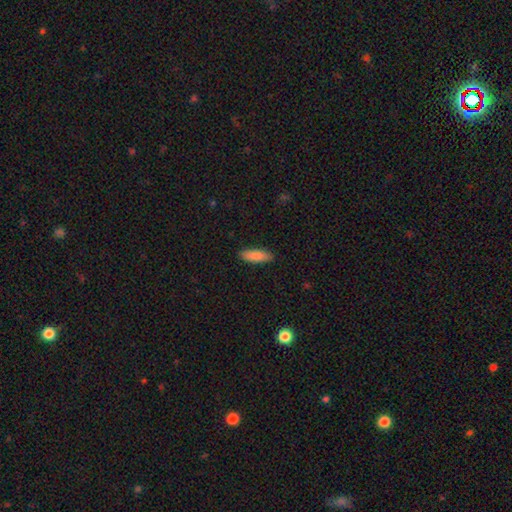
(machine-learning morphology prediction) This is clearly a smooth galaxy (87%). How rounded: likely in between (61%). Merging: clearly none (89%).